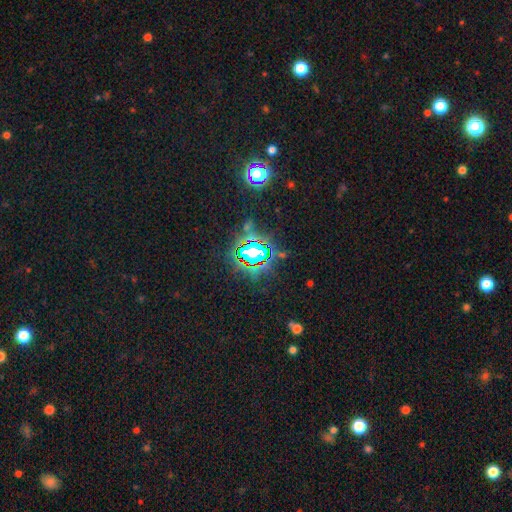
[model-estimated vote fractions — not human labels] Overall: star or artifact (81%).